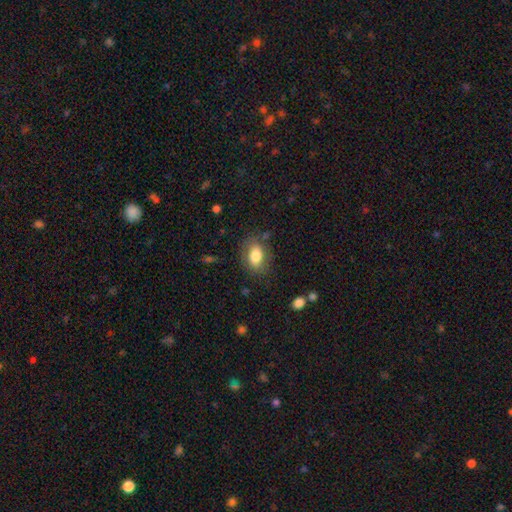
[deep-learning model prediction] smooth 79%, featured or disk 13%, star or artifact 8%. Down the decision tree: how rounded — in between (82%); merging — none (77%).